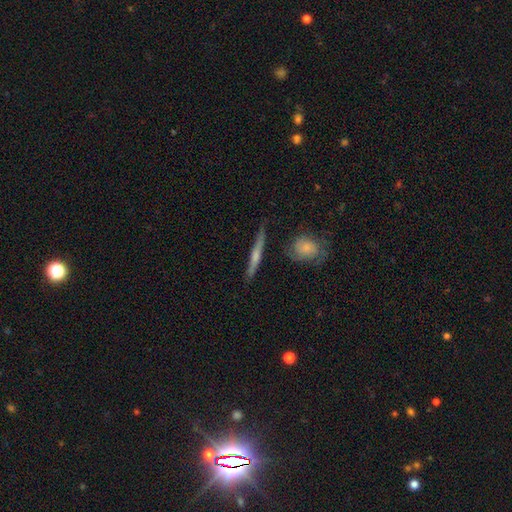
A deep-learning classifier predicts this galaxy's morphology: Smooth or featured? Predicted: featured or disk (p=0.53). Edge-on disk? Predicted: yes (p=0.92). Merging? Predicted: none (p=0.79).